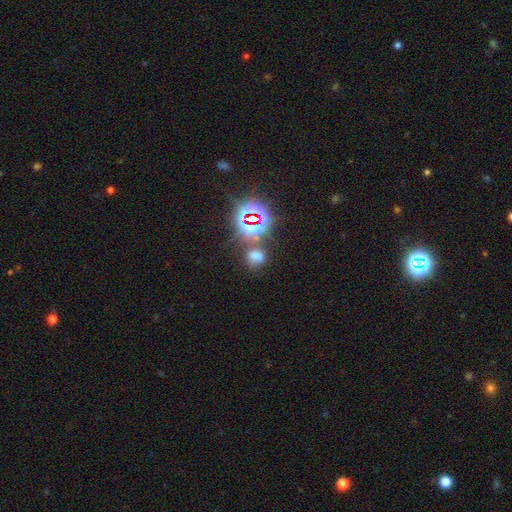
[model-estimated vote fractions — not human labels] This appears to be a smooth galaxy with no disk features (47%). Merging: none (56%).